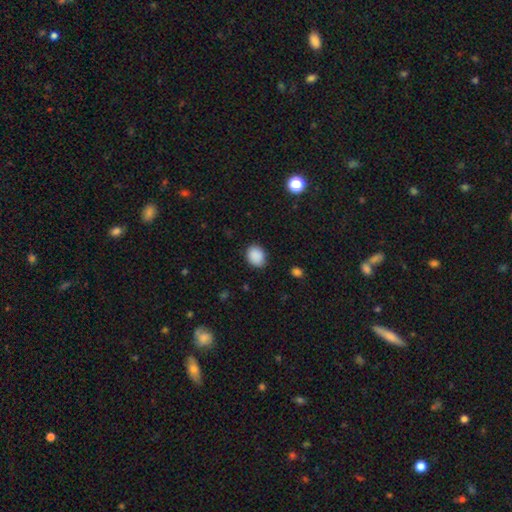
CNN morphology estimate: This appears to be a smooth galaxy with no disk features (89%) that is in between round and cigar-shaped (52%). Merging: none (85%).